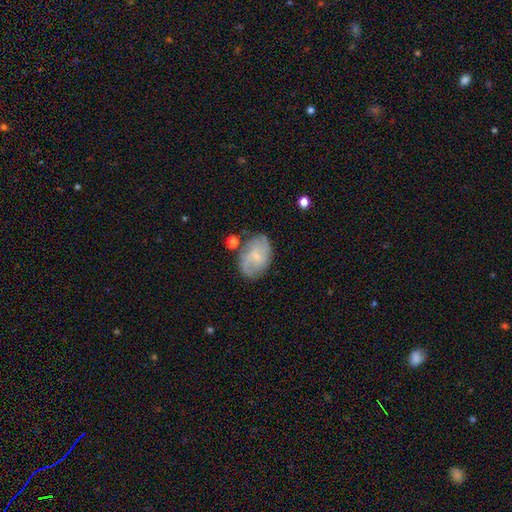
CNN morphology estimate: This is likely a featured or disk galaxy (62%). It is clearly not viewed edge-on (97%). Bar: possibly weak (48%). Spiral arm pattern: clearly yes (87%). Spiral arm count: possibly 2 (53%). Spiral winding: marginally medium (43%). Central bulge: likely small (66%). Merging: likely none (67%).